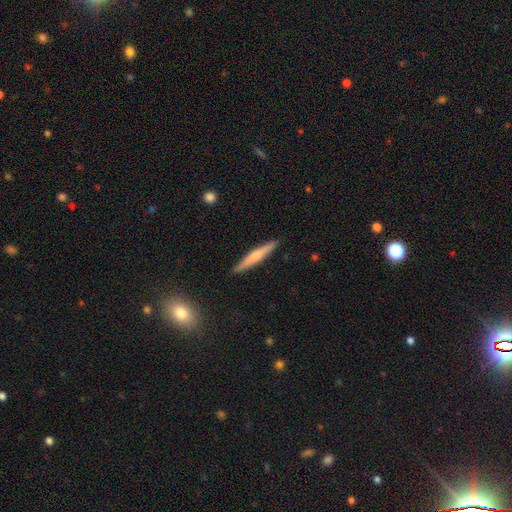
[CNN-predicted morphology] A smooth galaxy with no disk features (48%).

Vote fractions:
- Smooth or featured? smooth: 48% / featured or disk: 47% / star or artifact: 6%
- Merging? none: 90% / minor disturbance: 7% / major disturbance: 1% / merger: 1%